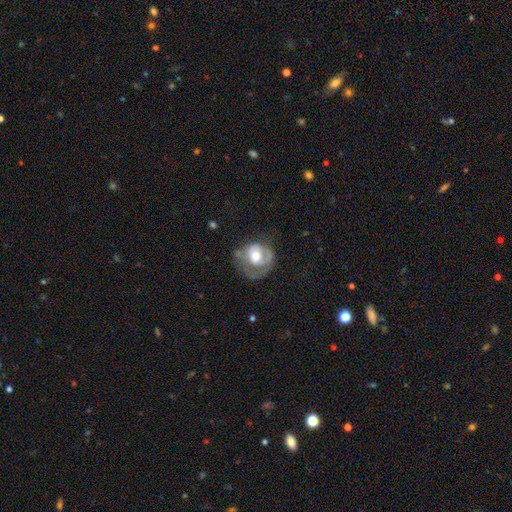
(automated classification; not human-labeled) A featured or disk galaxy (54%) with no bar (71%), spiral arms (58%) and a moderate central bulge (54%).

Vote fractions:
- Smooth or featured? featured or disk: 54% / smooth: 39% / star or artifact: 7%
- Edge-on disk? no: 97% / yes: 3%
- Bar? no: 71% / weak: 23% / strong: 6%
- Spiral arms? yes: 58% / no: 42%
- Bulge size? moderate: 54% / large: 31% / small: 10% / dominant: 3% / none: 2%
- Merging? none: 40% / major disturbance: 32% / minor disturbance: 26% / merger: 3%